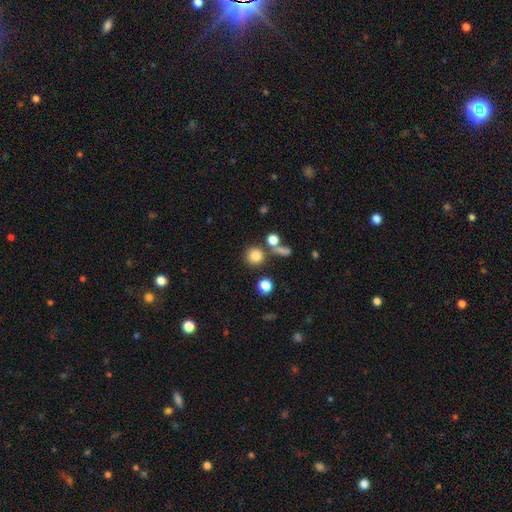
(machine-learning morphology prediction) Overall: smooth (81%). How rounded: round (92%). Merging: none (74%).